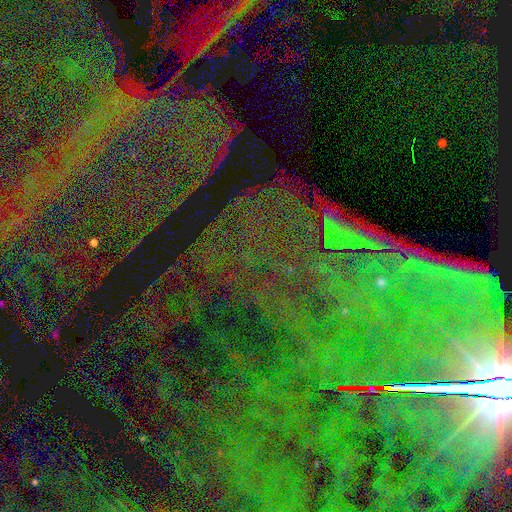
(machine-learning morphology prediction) smooth-or-featured: star or artifact: 84% | featured or disk: 9% | smooth: 8%